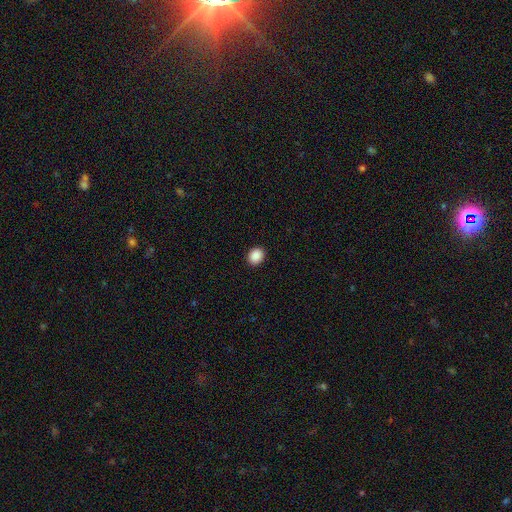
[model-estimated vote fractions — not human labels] Smooth or featured: smooth — 89% (star or artifact — 8%)
How rounded: round — 60% (in between — 39%)
Merging: none — 92% (minor disturbance — 5%)